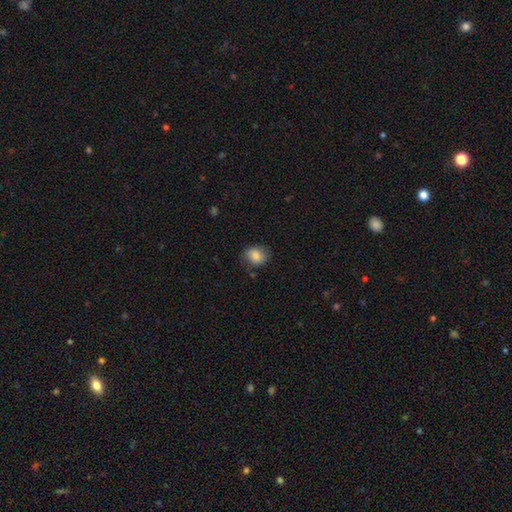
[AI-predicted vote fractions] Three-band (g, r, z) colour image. It shows a smooth galaxy with no disk features (83%) that is round (58%). Merging: none (77%).